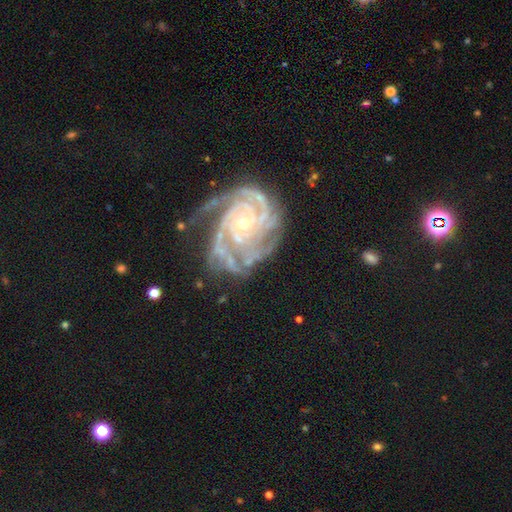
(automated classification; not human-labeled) This appears to be a featured or disk galaxy (90%) with no bar (72%), 3 (32%) tight (74%) spiral arms (98%) and a small central bulge (71%). Merging: none (63%).